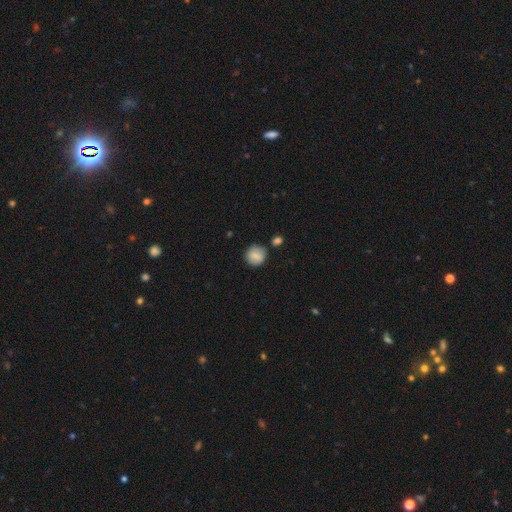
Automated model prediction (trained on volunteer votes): A smooth galaxy with no disk features (83%) that is round (85%). Merging: none (79%).